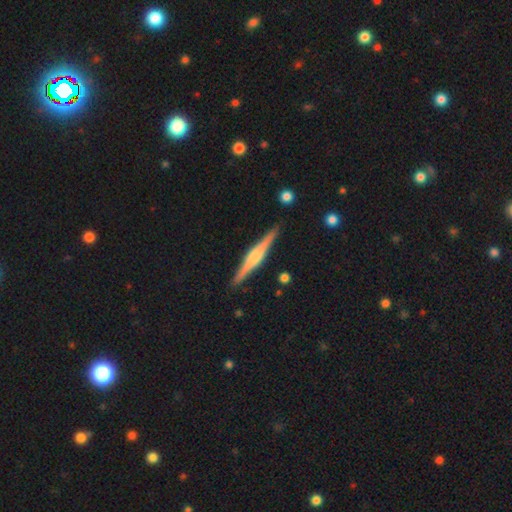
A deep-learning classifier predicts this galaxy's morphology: Overall: featured or disk (76%). Edge-on disk: yes (98%). Edge-on bulge: rounded (65%; boxy 25%). Merging: none (91%).